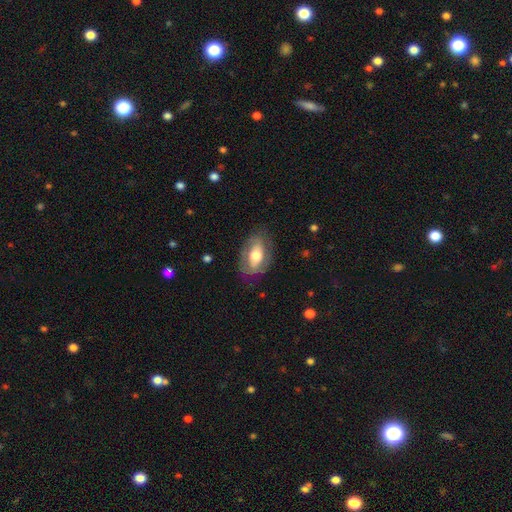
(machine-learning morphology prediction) Overall: featured or disk (48%; smooth 46%). Merging: none (73%).